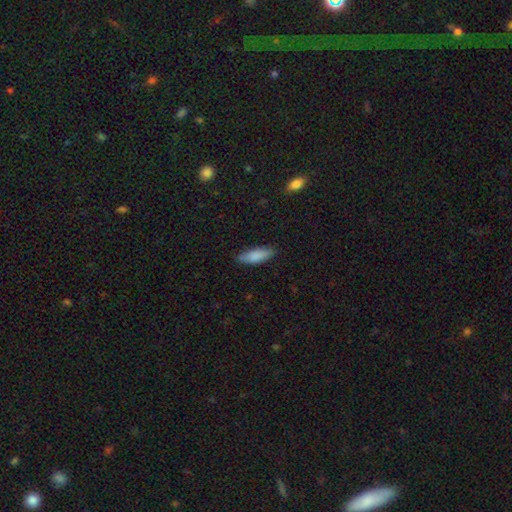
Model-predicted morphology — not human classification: Smooth or featured?
  - smooth: 86% *
  - featured or disk: 9%
  - star or artifact: 6%
How rounded?
  - in between: 63% *
  - cigar-shaped: 35%
  - round: 2%
Merging?
  - none: 82% *
  - minor disturbance: 14%
  - major disturbance: 2%
  - merger: 1%